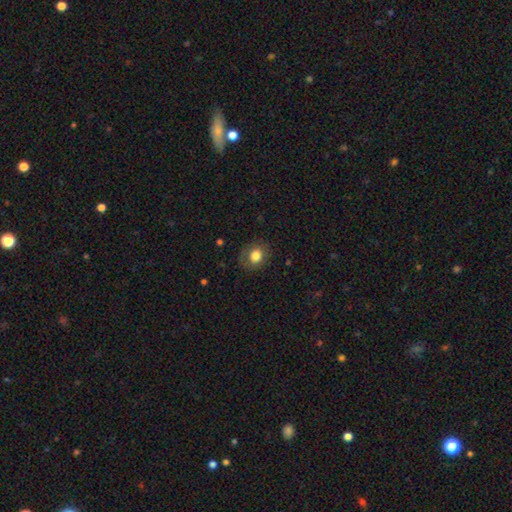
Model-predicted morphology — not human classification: smooth_or_featured: smooth (p=0.79) [alt: featured or disk p=0.11]
how_rounded: round (p=0.67) [alt: in between p=0.33]
merging: none (p=0.80) [alt: minor disturbance p=0.14]